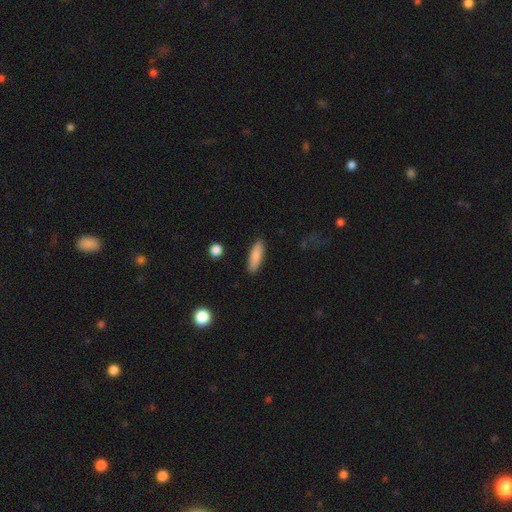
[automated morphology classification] Smooth or featured: smooth — 84% (featured or disk — 10%)
How rounded: cigar-shaped — 51% (in between — 47%)
Merging: none — 87% (minor disturbance — 9%)